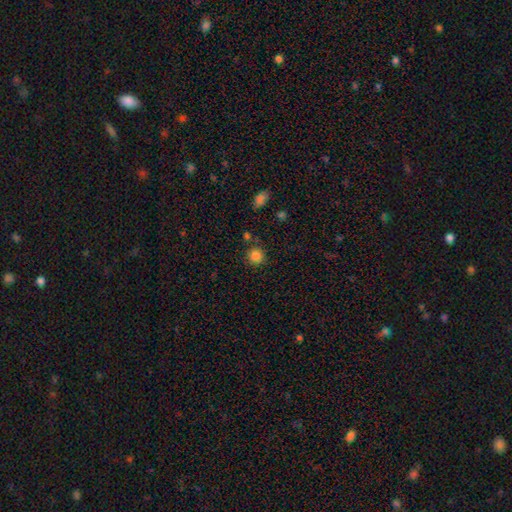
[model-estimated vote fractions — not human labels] Overall: smooth (85%). How rounded: round (92%). Merging: none (84%).